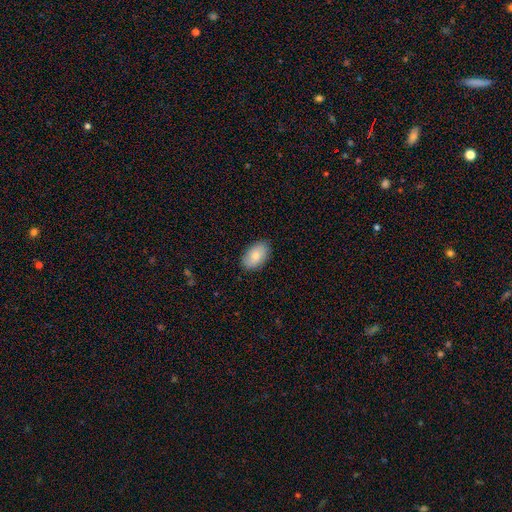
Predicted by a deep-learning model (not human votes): smooth 81%, featured or disk 13%, star or artifact 6%. Down the decision tree: how rounded — in between (93%); merging — none (85%).